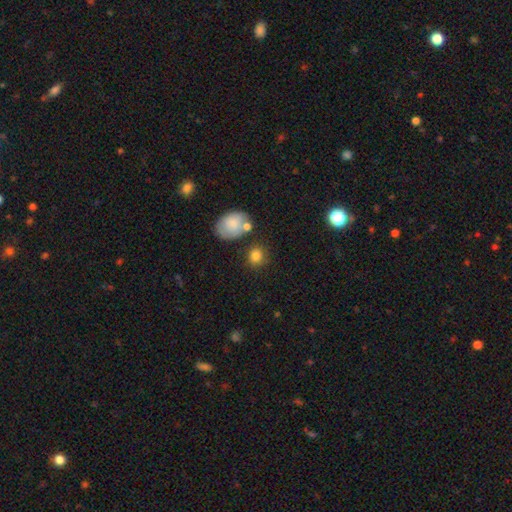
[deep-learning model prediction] This appears to be a smooth galaxy with no disk features (83%) that is round (76%). Merging: none (73%).